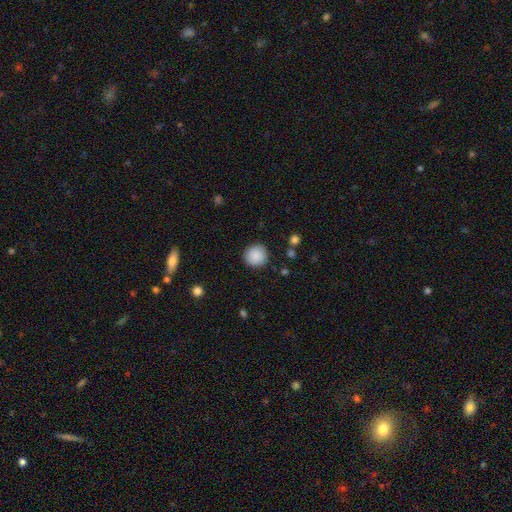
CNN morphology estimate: Smooth or featured? smooth (88%)
How rounded? round (94%)
Merging? none (90%)